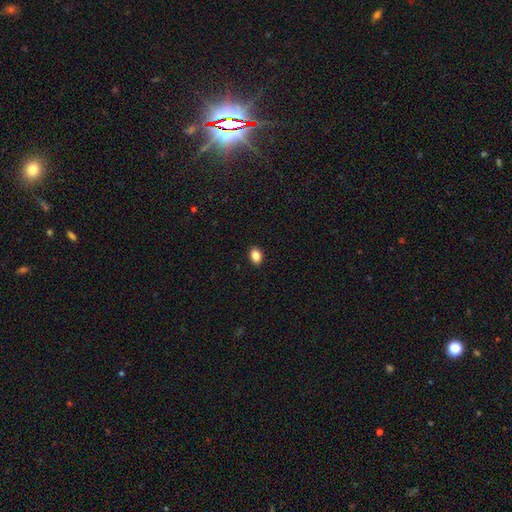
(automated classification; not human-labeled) Smooth or featured: smooth — 87% (star or artifact — 9%)
How rounded: in between — 82% (round — 17%)
Merging: none — 91% (minor disturbance — 6%)